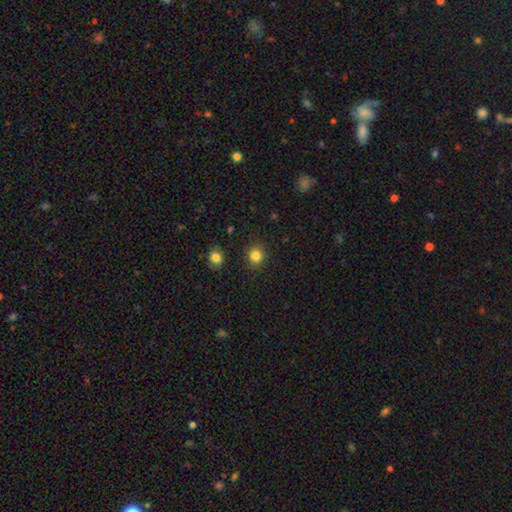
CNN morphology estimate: smooth_or_featured: smooth (p=0.83) [alt: star or artifact p=0.12]
how_rounded: round (p=0.85) [alt: in between p=0.14]
merging: none (p=0.90) [alt: minor disturbance p=0.07]